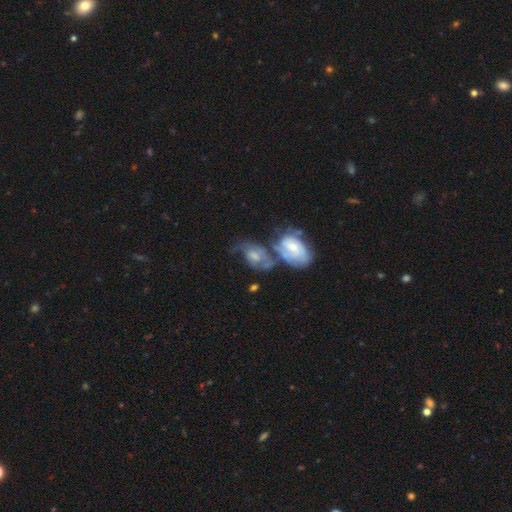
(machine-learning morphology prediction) This appears to be a featured or disk galaxy (62%) with no bar (65%), spiral arms (80%) and a moderate central bulge (45%). Merging: merger (48%).